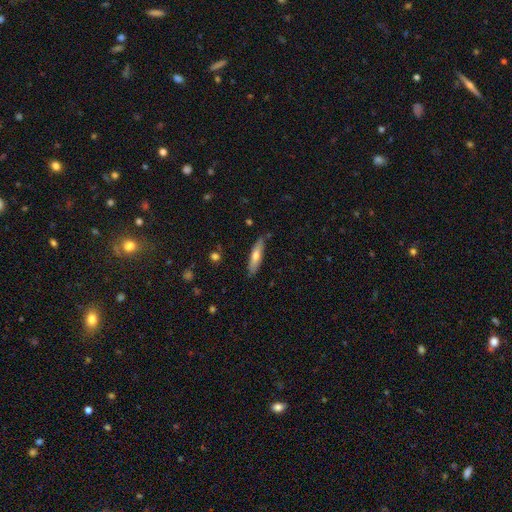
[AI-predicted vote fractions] smooth 61%, featured or disk 33%, star or artifact 6%. Down the decision tree: how rounded — cigar-shaped (73%); merging — none (82%).